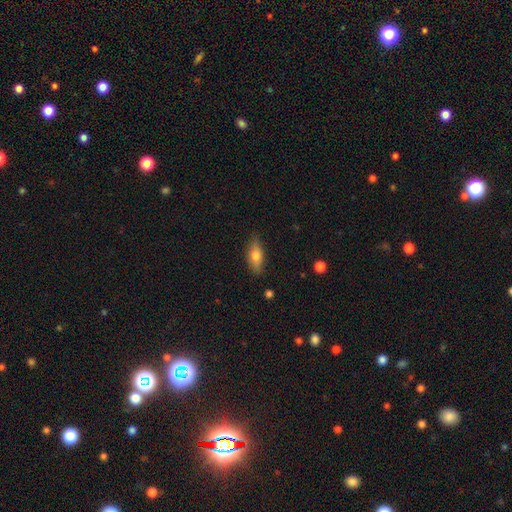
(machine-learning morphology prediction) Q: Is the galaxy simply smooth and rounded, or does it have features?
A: smooth — 70%.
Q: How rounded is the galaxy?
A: in between — 72%.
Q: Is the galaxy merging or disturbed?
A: none — 83%.